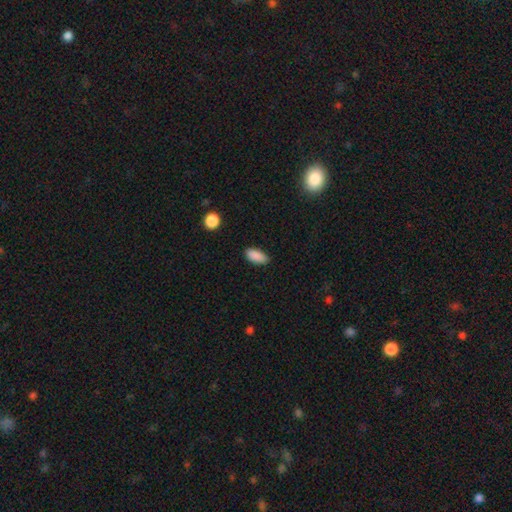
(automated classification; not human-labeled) smooth-or-featured: smooth: 89% | star or artifact: 8% | featured or disk: 4%
  how-rounded: in between: 90% | cigar-shaped: 7% | round: 3%
  merging: none: 81% | minor disturbance: 15% | major disturbance: 3% | merger: 1%